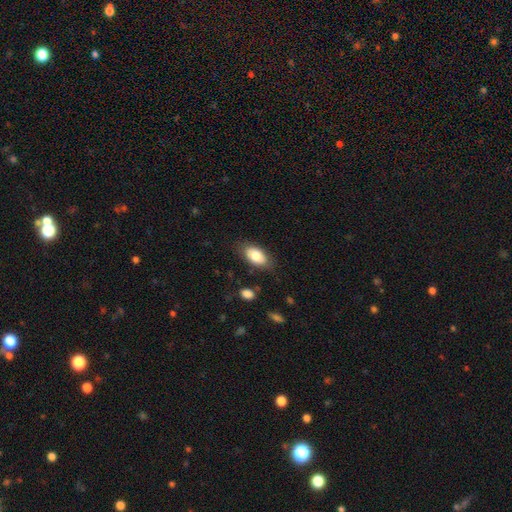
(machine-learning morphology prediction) Smooth or featured: smooth — 80% (featured or disk — 13%)
How rounded: in between — 93% (round — 4%)
Merging: none — 79% (minor disturbance — 15%)